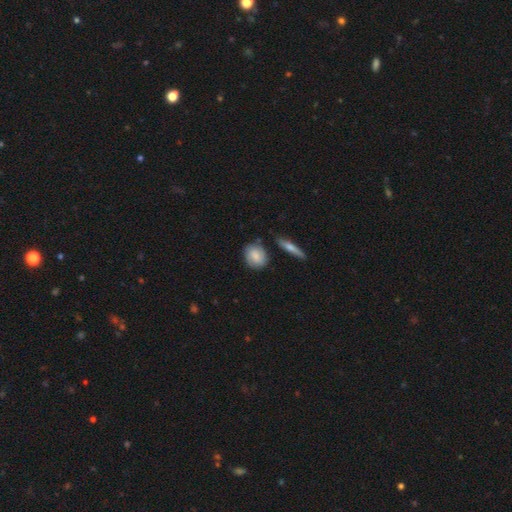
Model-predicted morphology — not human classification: smooth 78%, featured or disk 16%, star or artifact 6%. Down the decision tree: how rounded — round (56%); merging — none (74%).